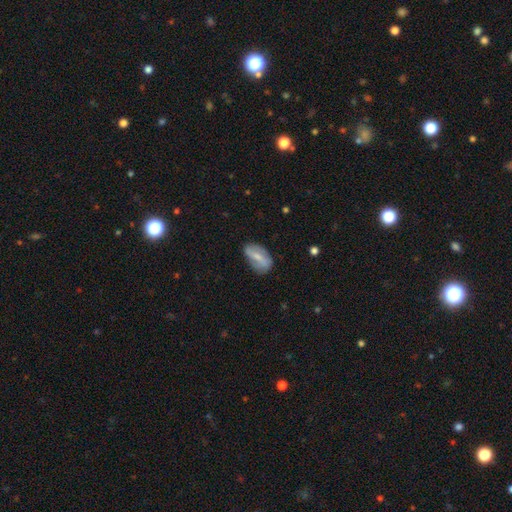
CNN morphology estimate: Smooth or featured?
  - featured or disk: 49% *
  - smooth: 44%
  - star or artifact: 7%
Merging?
  - none: 66% *
  - minor disturbance: 25%
  - major disturbance: 7%
  - merger: 2%